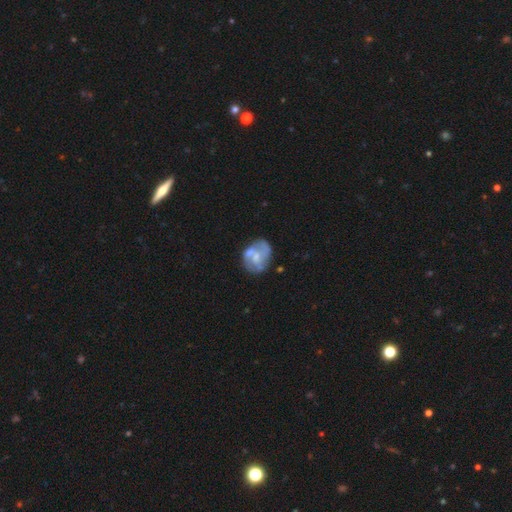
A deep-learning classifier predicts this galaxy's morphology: Q: Smooth or featured?
A: featured or disk (66%); runner-up: smooth (28%)
Q: Edge-on disk?
A: no (98%); runner-up: yes (2%)
Q: Bar?
A: no (63%); runner-up: weak (30%)
Q: Spiral arms?
A: yes (59%); runner-up: no (41%)
Q: Bulge size?
A: moderate (41%); runner-up: small (35%)
Q: Merging?
A: none (52%); runner-up: minor disturbance (23%)